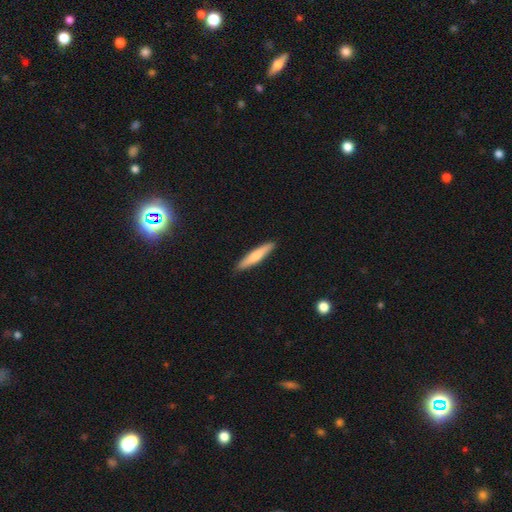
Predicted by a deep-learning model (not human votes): The model was most divided on "smooth or featured": smooth: 72%, featured or disk: 23%, star or artifact: 5%. More confident: how rounded — cigar-shaped (90%); merging — none (89%).